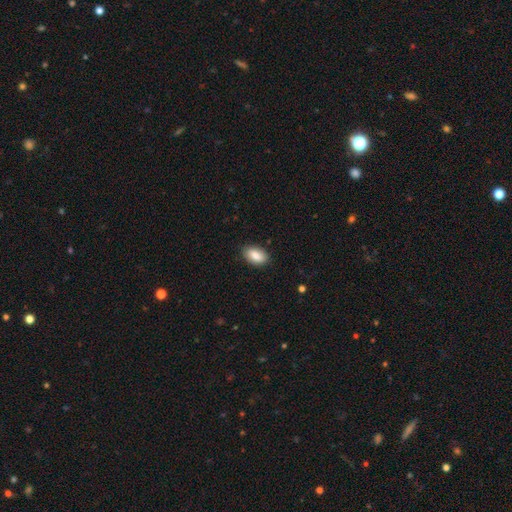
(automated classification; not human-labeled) Smooth or featured?
  - smooth: 86% *
  - featured or disk: 7%
  - star or artifact: 7%
How rounded?
  - in between: 93% *
  - round: 6%
  - cigar-shaped: 2%
Merging?
  - none: 87% *
  - minor disturbance: 10%
  - major disturbance: 2%
  - merger: 1%